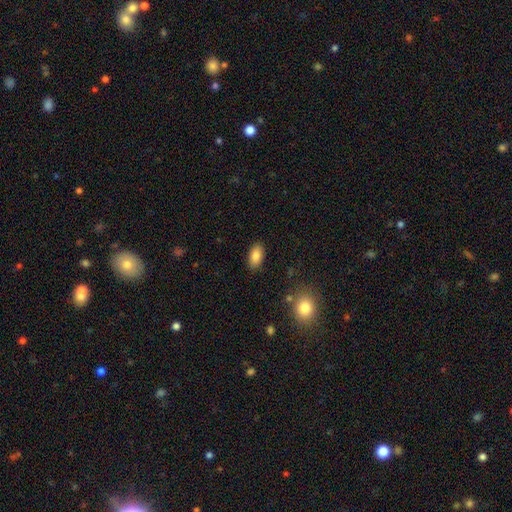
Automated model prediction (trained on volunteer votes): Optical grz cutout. It shows a smooth galaxy with no disk features (84%) that is in between round and cigar-shaped (92%). Merging: none (87%).